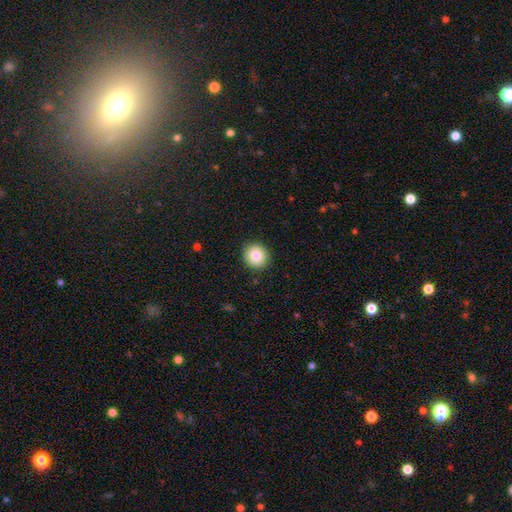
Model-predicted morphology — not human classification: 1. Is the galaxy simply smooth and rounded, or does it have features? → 85% smooth, 9% star or artifact, 6% featured or disk.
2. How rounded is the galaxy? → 92% round, 7% in between, 1% cigar-shaped.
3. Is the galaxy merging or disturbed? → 91% none, 6% minor disturbance, 2% major disturbance, 1% merger.